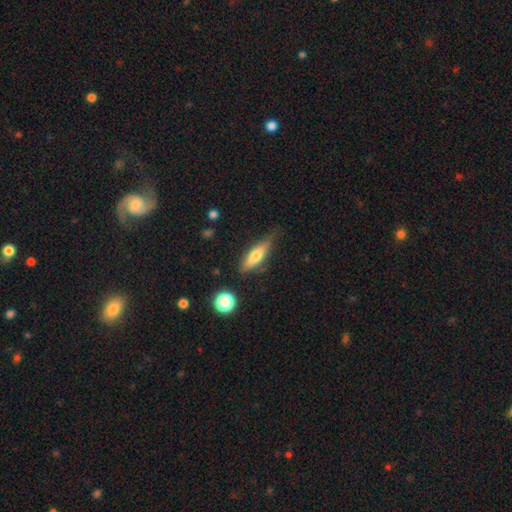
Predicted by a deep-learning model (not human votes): Smooth or featured? Predicted: smooth (p=0.60). How rounded? Predicted: cigar-shaped (p=0.56). Merging? Predicted: none (p=0.68).